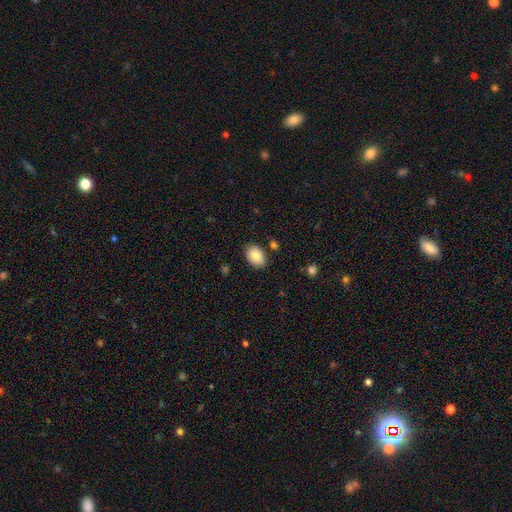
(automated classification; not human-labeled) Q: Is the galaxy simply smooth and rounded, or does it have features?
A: smooth — 86%.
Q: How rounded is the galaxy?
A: in between — 84%.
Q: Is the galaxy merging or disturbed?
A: none — 85%.